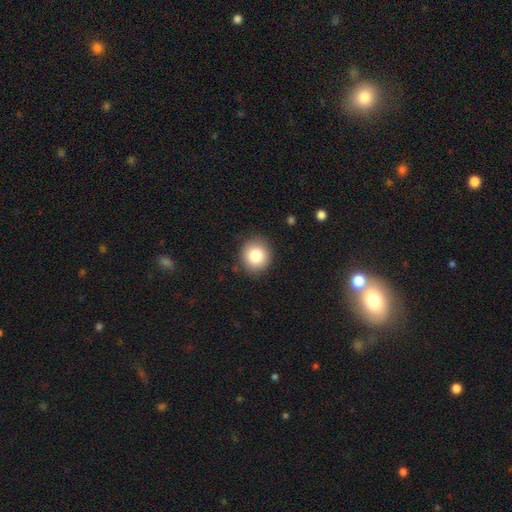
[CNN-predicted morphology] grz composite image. It shows a smooth galaxy with no disk features (82%) that is round (85%). Merging: none (88%).